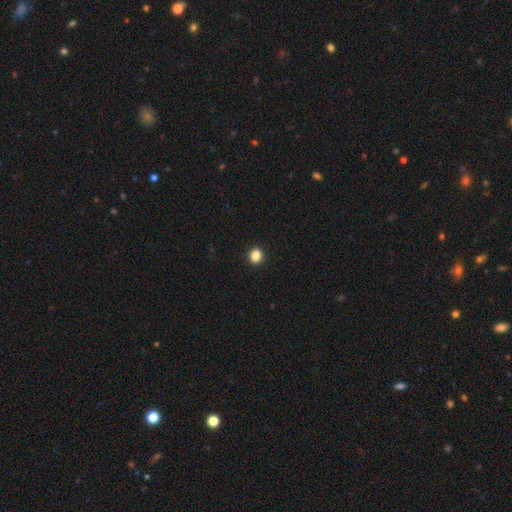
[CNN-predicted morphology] A smooth galaxy with no disk features (86%) that is round (74%).

Vote fractions:
- Smooth or featured? smooth: 86% / star or artifact: 11% / featured or disk: 3%
- How rounded? round: 74% / in between: 25% / cigar-shaped: 1%
- Merging? none: 93% / minor disturbance: 5% / major disturbance: 2% / merger: 1%